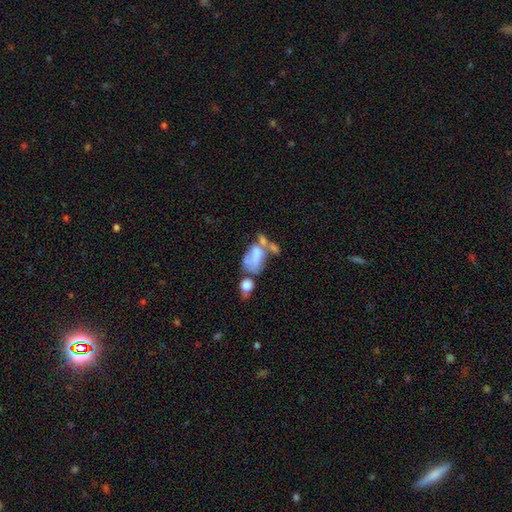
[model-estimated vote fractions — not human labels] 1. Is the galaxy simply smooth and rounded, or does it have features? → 49% smooth, 40% featured or disk, 11% star or artifact.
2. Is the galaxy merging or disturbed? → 51% merger, 23% major disturbance, 14% none, 12% minor disturbance.